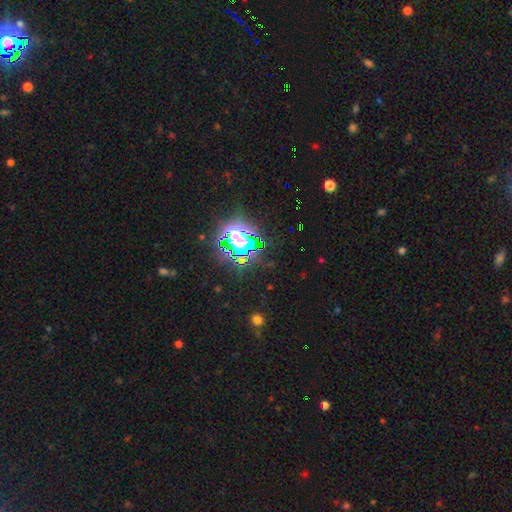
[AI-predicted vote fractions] Smooth or featured: star or artifact — 80% (smooth — 12%)